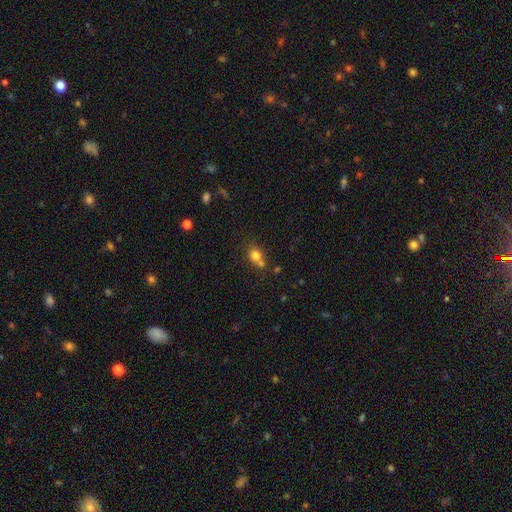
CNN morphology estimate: type=smooth (77%); roundness=round (63%); merging=none (47%).